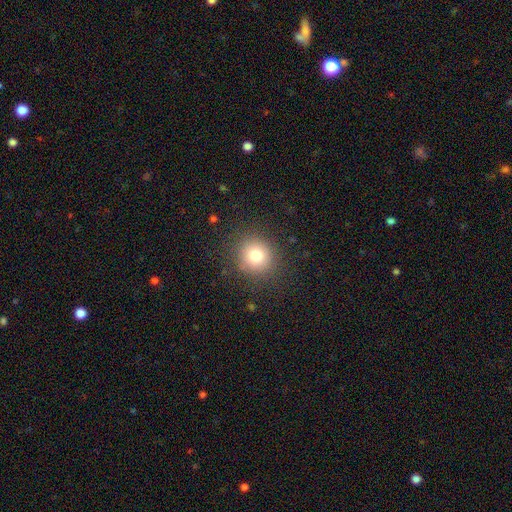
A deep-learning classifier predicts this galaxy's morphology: A smooth galaxy with no disk features (78%) that is round (89%). Merging: none (87%).